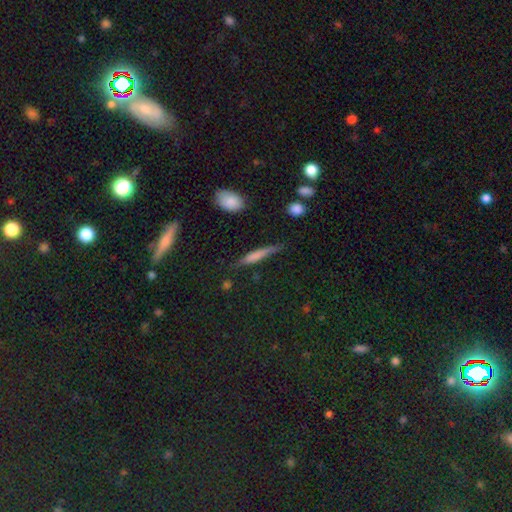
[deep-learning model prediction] This appears to be a smooth galaxy with no disk features (61%) that is cigar-shaped (88%). Merging: none (72%).